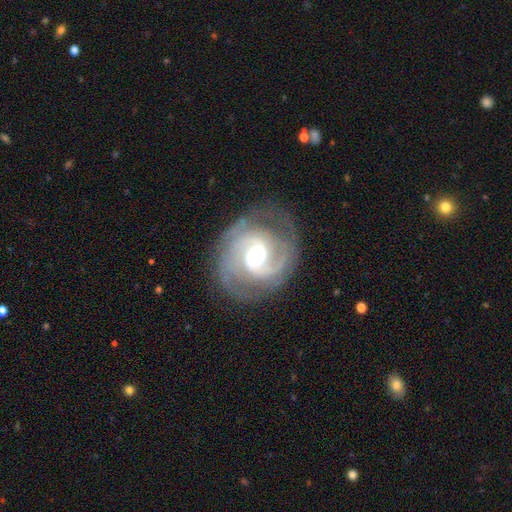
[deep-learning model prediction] smooth_or_featured: featured or disk (p=0.90) [alt: smooth p=0.05]
disk_edge_on: no (p=0.98) [alt: yes p=0.02]
bar: weak (p=0.50) [alt: no p=0.28]
has_spiral_arms: yes (p=0.98) [alt: no p=0.02]
spiral_winding: medium (p=0.46) [alt: tight p=0.43]
spiral_arm_count: 2 (p=0.71) [alt: 3 p=0.13]
bulge_size: moderate (p=0.64) [alt: large p=0.20]
merging: none (p=0.76) [alt: minor disturbance p=0.15]